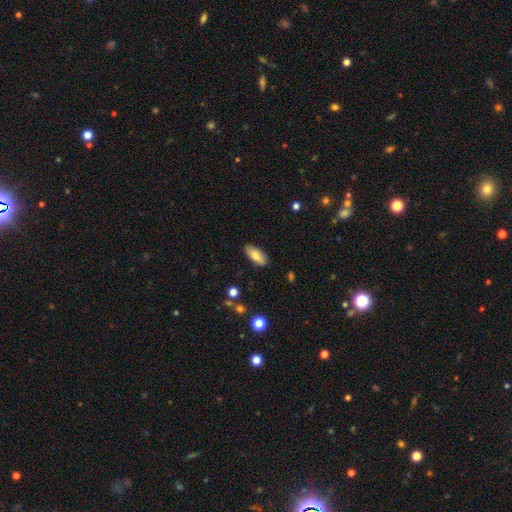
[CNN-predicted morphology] Smooth or featured: smooth — 80% (featured or disk — 14%)
How rounded: in between — 83% (cigar-shaped — 14%)
Merging: none — 86% (minor disturbance — 11%)